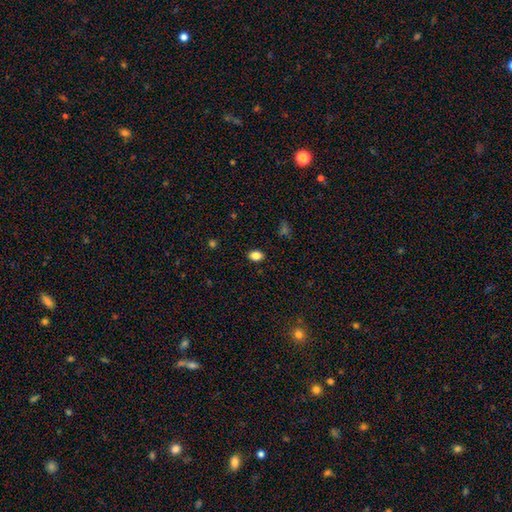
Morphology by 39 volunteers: smooth_or_featured: smooth (p=0.90) [alt: featured or disk p=0.05]
how_rounded: in between (p=0.83) [alt: round p=0.17]
merging: none (p=0.97) [alt: minor disturbance p=0.03]